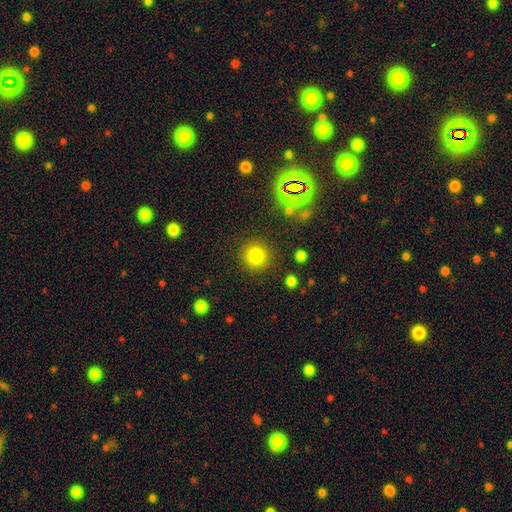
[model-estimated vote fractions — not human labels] This appears to be a smooth galaxy with no disk features (79%) that is round (93%). Merging: none (88%).